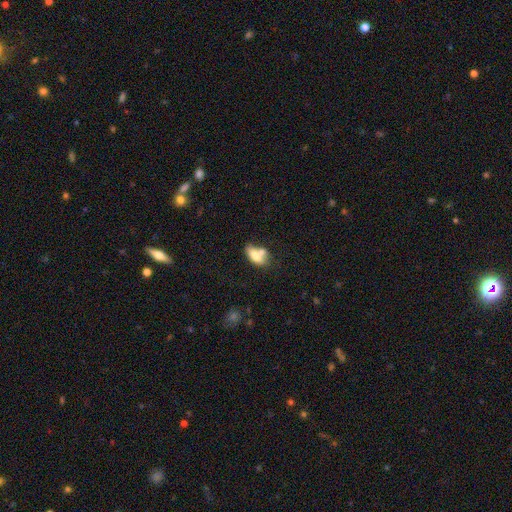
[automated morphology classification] Overall: smooth (71%). How rounded: in between (85%). Merging: merger (43%; none 35%).